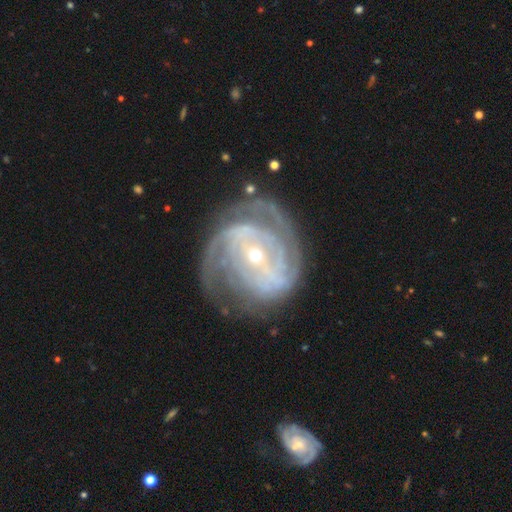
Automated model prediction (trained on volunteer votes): Smooth or featured?
  - featured or disk: 88% *
  - smooth: 6%
  - star or artifact: 5%
Edge-on disk?
  - no: 97% *
  - yes: 3%
Bar?
  - no: 45% *
  - weak: 36%
  - strong: 20%
Spiral arms?
  - yes: 95% *
  - no: 5%
Spiral winding?
  - tight: 63% *
  - medium: 29%
  - loose: 7%
Spiral arm count?
  - 2: 27% * (tied)
  - can't tell: 27% * (tied)
  - 3: 19%
  - 4: 13%
  - more than 4: 7%
  - 1: 6%
Bulge size?
  - small: 72% *
  - moderate: 25%
  - large: 1%
  - none: 1%
  - dominant: 1%
Merging?
  - none: 69% *
  - minor disturbance: 18%
  - major disturbance: 11%
  - merger: 2%